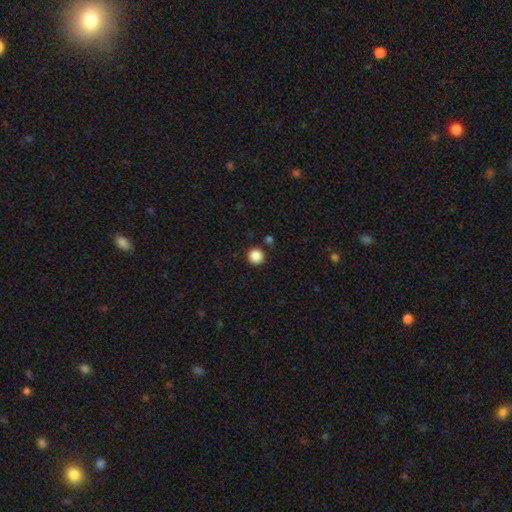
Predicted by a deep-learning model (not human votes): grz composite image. It shows a smooth galaxy with no disk features (87%) that is round (96%). Merging: none (90%).